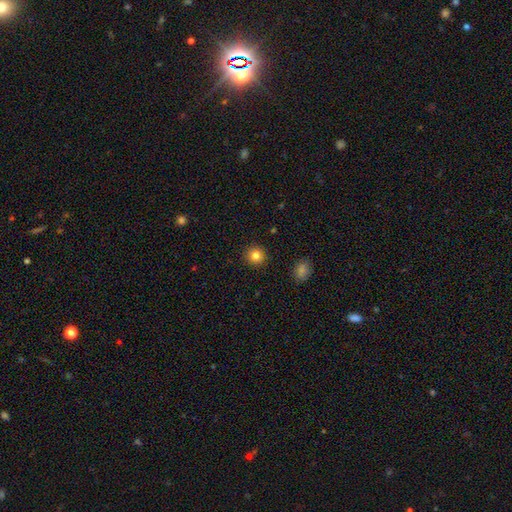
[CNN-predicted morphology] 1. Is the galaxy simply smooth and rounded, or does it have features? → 82% smooth, 11% star or artifact, 6% featured or disk.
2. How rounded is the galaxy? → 92% round, 7% in between, 1% cigar-shaped.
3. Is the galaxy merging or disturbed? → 92% none, 5% minor disturbance, 2% major disturbance, 1% merger.